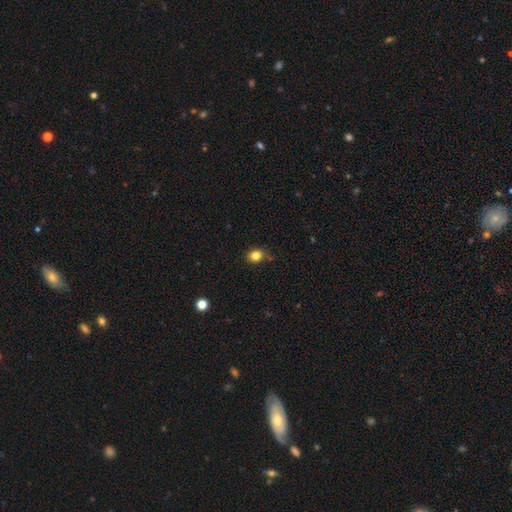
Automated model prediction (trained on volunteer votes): A smooth galaxy with no disk features (83%) that is round (63%). Merging: none (80%).